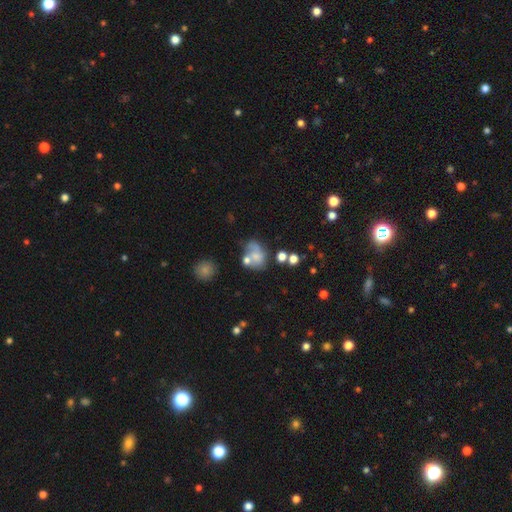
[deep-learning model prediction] Morphology: type=smooth (53%); roundness=in between (54%); merging=merger (32%).